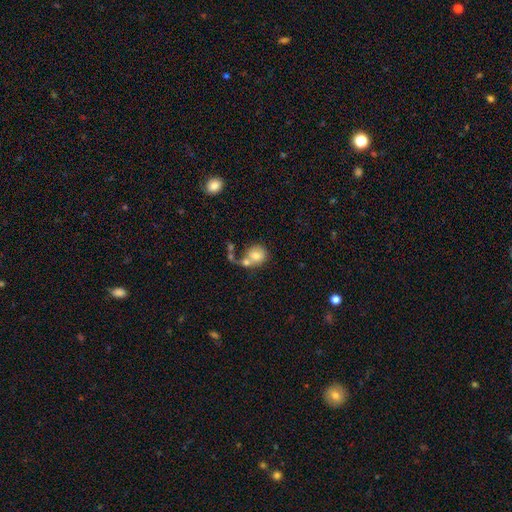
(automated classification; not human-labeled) The model was most divided on "merging": merger: 46%, none: 29%, major disturbance: 13%, minor disturbance: 11%. More confident: smooth or featured — smooth (72%); how rounded — round (70%).